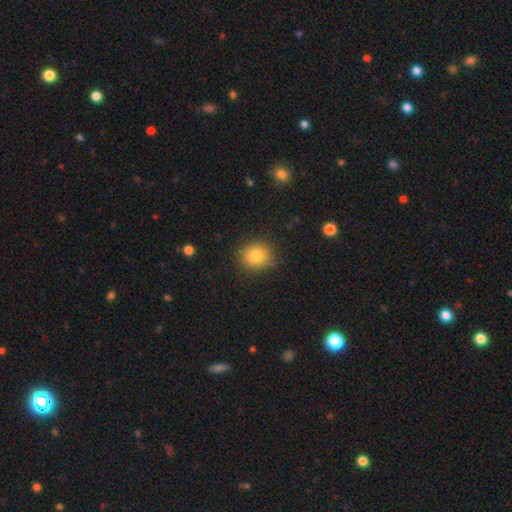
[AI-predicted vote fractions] Overall: smooth (81%). How rounded: round (81%). Merging: none (83%).